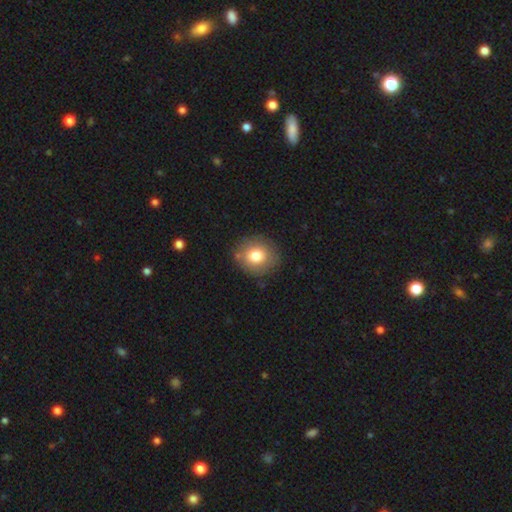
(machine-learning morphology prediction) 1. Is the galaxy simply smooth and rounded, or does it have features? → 77% smooth, 13% featured or disk, 10% star or artifact.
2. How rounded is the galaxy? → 82% round, 18% in between, 1% cigar-shaped.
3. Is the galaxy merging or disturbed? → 85% none, 9% minor disturbance, 3% major disturbance, 2% merger.